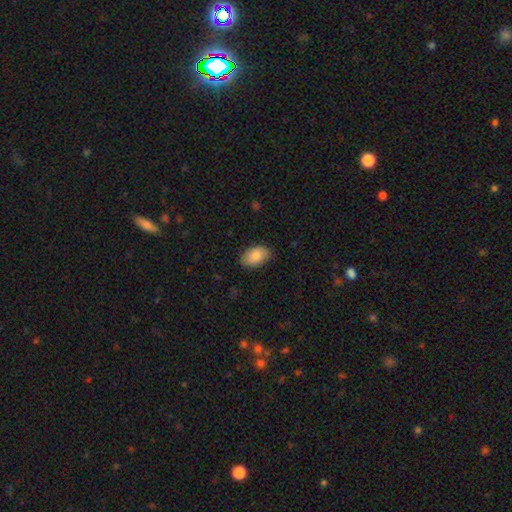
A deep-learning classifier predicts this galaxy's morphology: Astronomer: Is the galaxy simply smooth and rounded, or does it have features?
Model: smooth — 86%.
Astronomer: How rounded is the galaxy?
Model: in between — 93%.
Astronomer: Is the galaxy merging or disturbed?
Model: none — 82%.